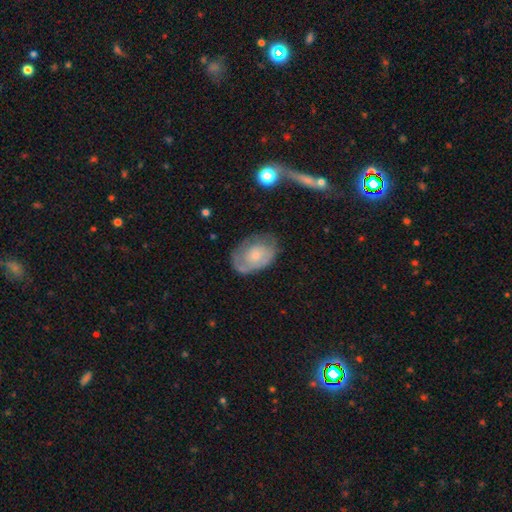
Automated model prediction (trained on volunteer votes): A featured or disk galaxy (49%). Merging: none (54%).